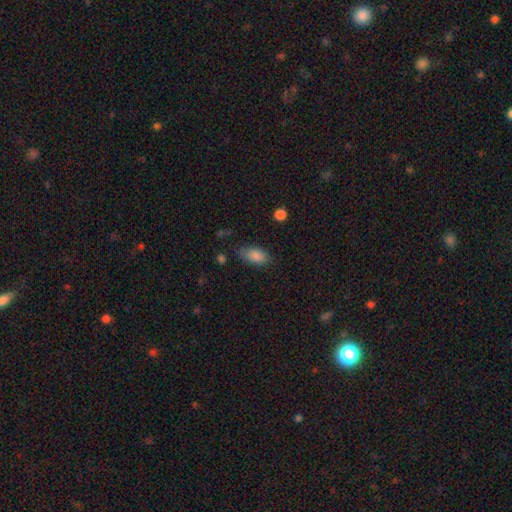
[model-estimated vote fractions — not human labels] Smooth or featured? smooth (86%)
How rounded? in between (90%)
Merging? none (72%)